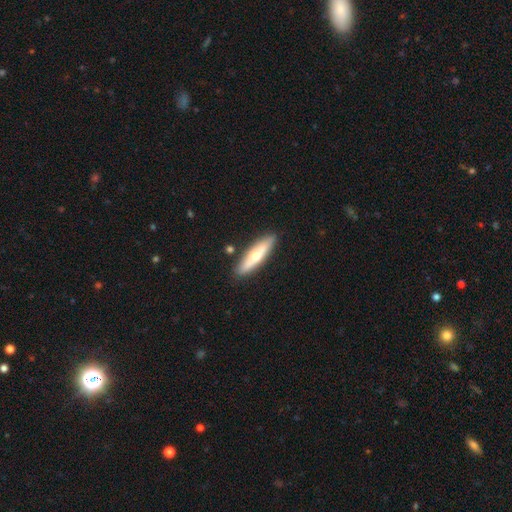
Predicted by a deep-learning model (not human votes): Morphology: type=smooth (48%); merging=none (86%).